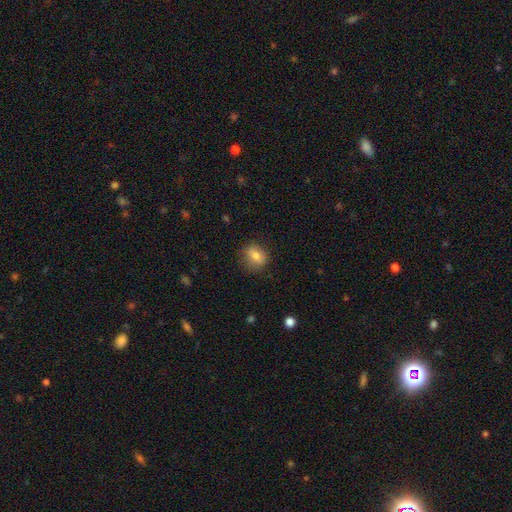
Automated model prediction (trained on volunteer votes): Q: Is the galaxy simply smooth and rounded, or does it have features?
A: smooth — 77%.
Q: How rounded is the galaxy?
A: round — 53%.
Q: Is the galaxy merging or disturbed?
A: none — 79%.